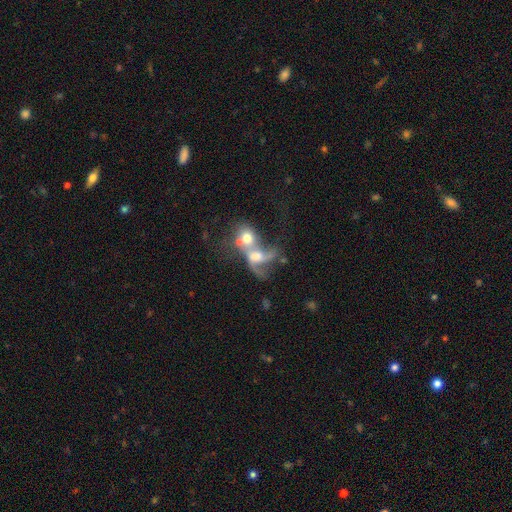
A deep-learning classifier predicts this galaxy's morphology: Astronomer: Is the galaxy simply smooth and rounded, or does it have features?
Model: featured or disk — 54% (runner-up: smooth, 34%).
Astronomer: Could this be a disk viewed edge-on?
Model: no — 95%.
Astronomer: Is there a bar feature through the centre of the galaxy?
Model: no — 71%.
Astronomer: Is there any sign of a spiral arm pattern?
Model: yes — 52% (runner-up: no, 48%).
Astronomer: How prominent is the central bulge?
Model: moderate — 44% (runner-up: large, 25%).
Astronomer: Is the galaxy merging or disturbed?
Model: merger — 71%.